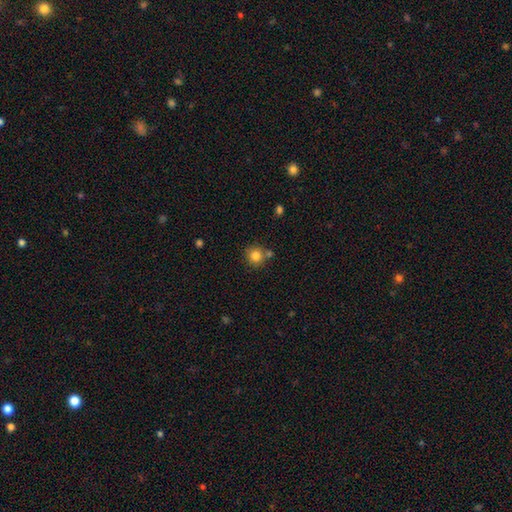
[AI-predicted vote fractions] Morphology: type=smooth (82%); roundness=round (91%); merging=none (72%).